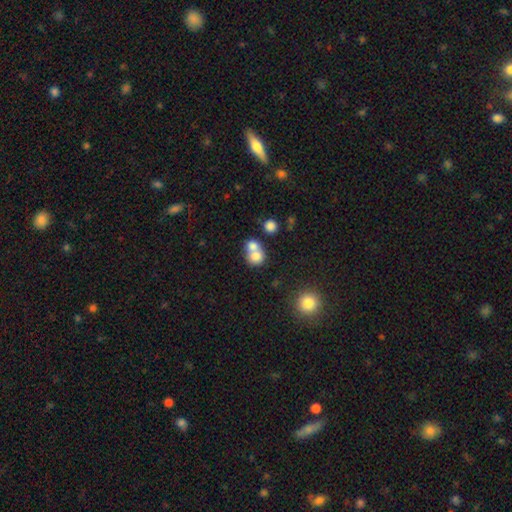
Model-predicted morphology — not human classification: Q: Smooth or featured?
A: smooth (74%); runner-up: featured or disk (16%)
Q: How rounded?
A: round (75%); runner-up: in between (24%)
Q: Merging?
A: merger (64%); runner-up: none (28%)